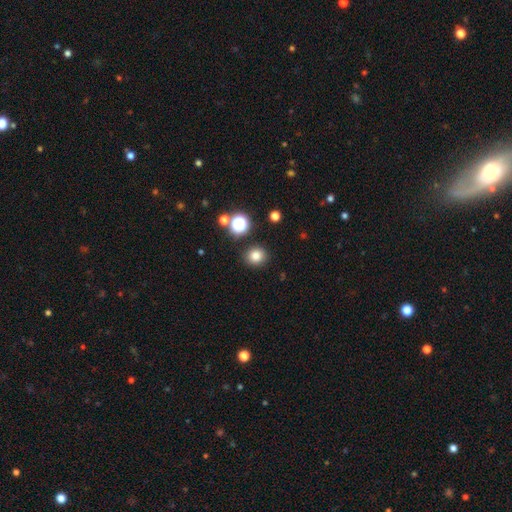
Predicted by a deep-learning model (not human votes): This appears to be a smooth galaxy with no disk features (79%) that is round (84%). Merging: none (88%).